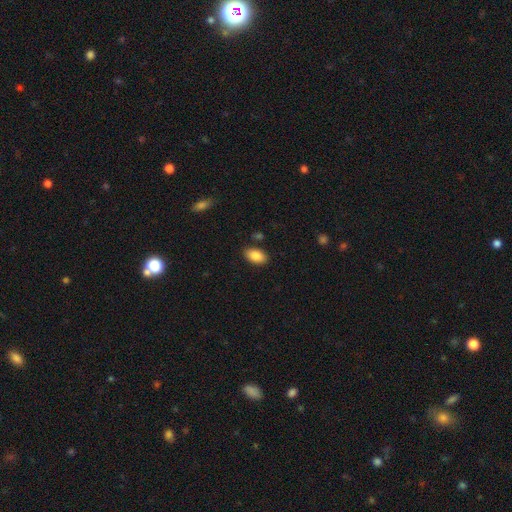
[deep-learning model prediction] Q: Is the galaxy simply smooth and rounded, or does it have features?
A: smooth — 88%.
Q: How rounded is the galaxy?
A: in between — 93%.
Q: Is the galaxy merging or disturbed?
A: none — 85%.